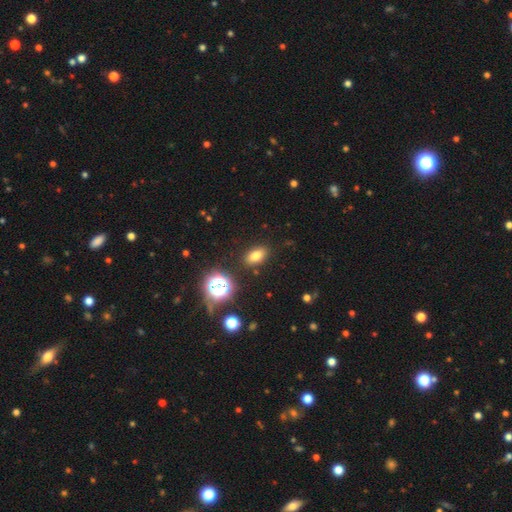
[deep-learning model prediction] Smooth or featured?
  - smooth: 72% *
  - star or artifact: 19%
  - featured or disk: 9%
How rounded?
  - in between: 84% *
  - round: 13%
  - cigar-shaped: 3%
Merging?
  - none: 87% *
  - minor disturbance: 9%
  - major disturbance: 3%
  - merger: 2%